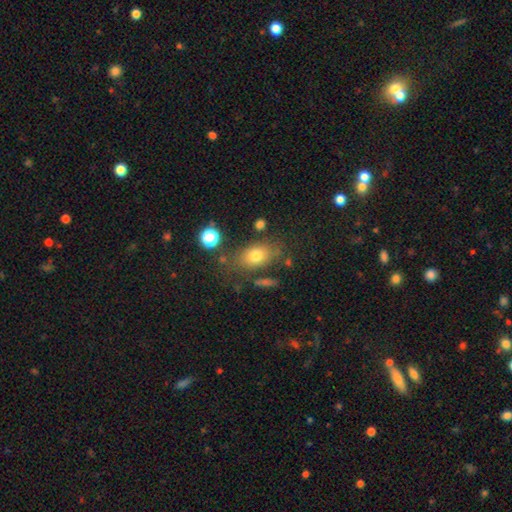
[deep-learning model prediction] smooth-or-featured: smooth: 74% | featured or disk: 14% | star or artifact: 11%
  how-rounded: in between: 79% | round: 18% | cigar-shaped: 3%
  merging: none: 70% | minor disturbance: 17% | major disturbance: 7% | merger: 6%